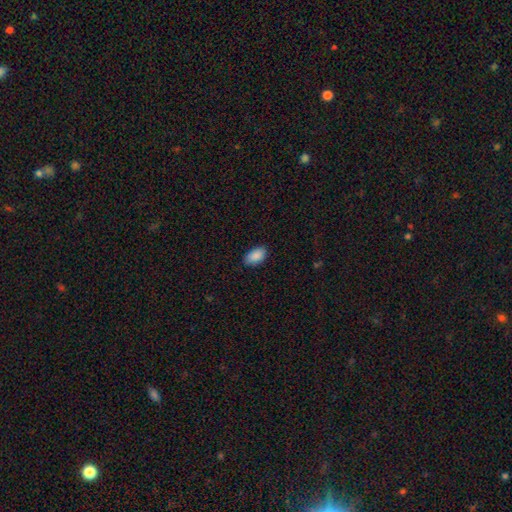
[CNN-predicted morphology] The model was most divided on "merging": none: 82%, minor disturbance: 14%, major disturbance: 3%, merger: 1%. More confident: how rounded — in between (94%); smooth or featured — smooth (90%).